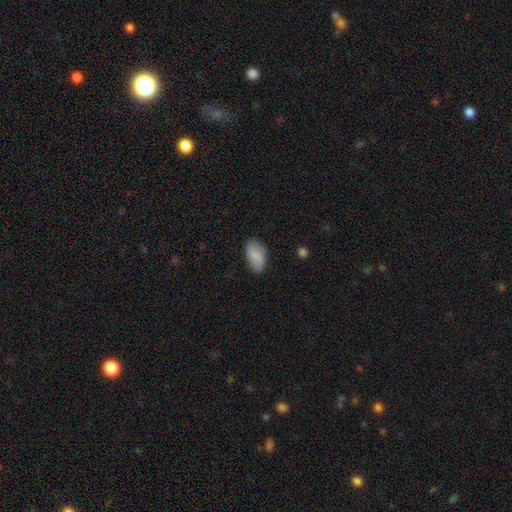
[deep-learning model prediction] This is likely a smooth galaxy (79%). How rounded: clearly in between (94%). Merging: likely none (76%).